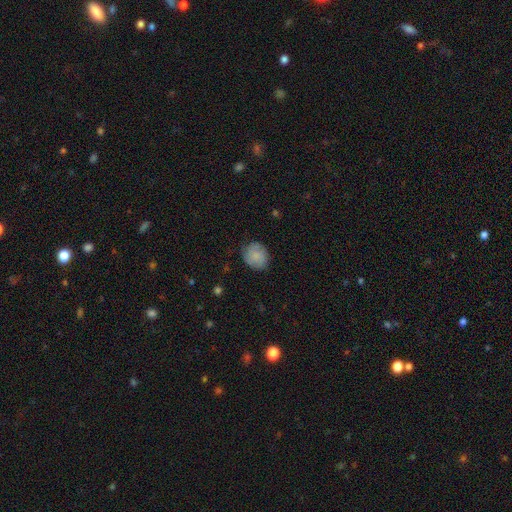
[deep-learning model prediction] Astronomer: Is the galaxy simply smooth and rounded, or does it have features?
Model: smooth — 79%.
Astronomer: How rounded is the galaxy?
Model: round — 69%.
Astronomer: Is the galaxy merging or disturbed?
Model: none — 78%.